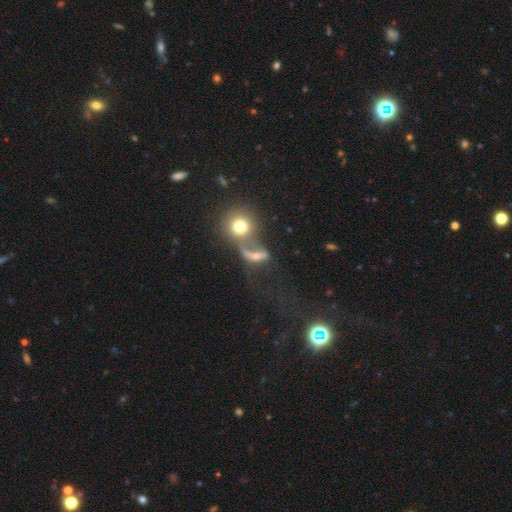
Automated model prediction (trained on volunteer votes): Q: Smooth or featured?
A: smooth (46%); runner-up: featured or disk (38%)
Q: Merging?
A: merger (49%); runner-up: none (23%)